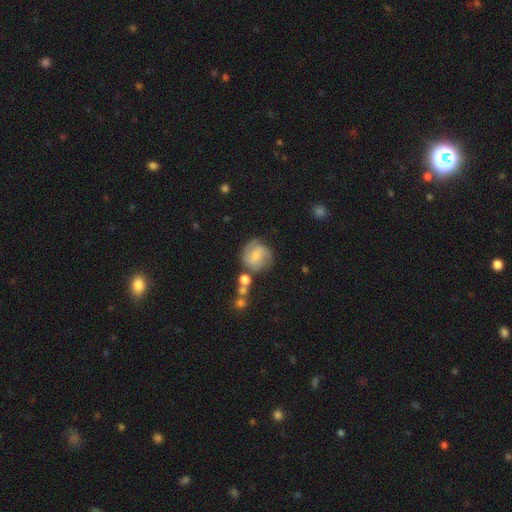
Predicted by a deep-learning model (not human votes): Smooth or featured? smooth (46%, tied with featured or disk)
Merging? none (62%)